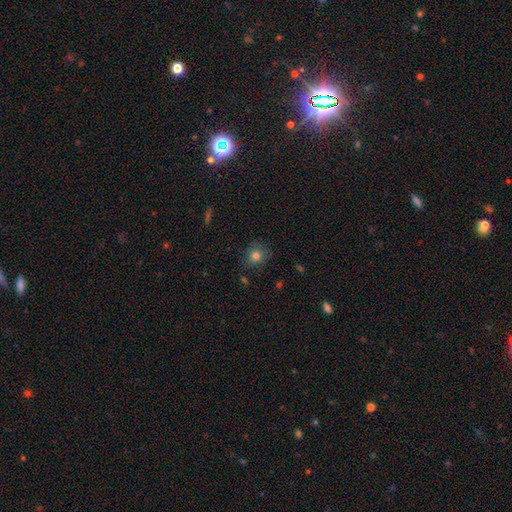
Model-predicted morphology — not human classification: smooth 80%, star or artifact 13%, featured or disk 7%. Down the decision tree: how rounded — round (79%); merging — none (79%).